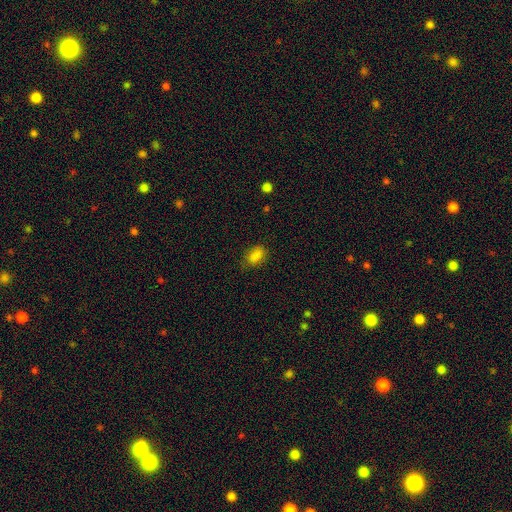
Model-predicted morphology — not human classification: A smooth galaxy with no disk features (86%) that is in between round and cigar-shaped (88%).

Vote fractions:
- Smooth or featured? smooth: 86% / star or artifact: 10% / featured or disk: 4%
- How rounded? in between: 88% / round: 9% / cigar-shaped: 3%
- Merging? none: 79% / minor disturbance: 15% / major disturbance: 4% / merger: 1%